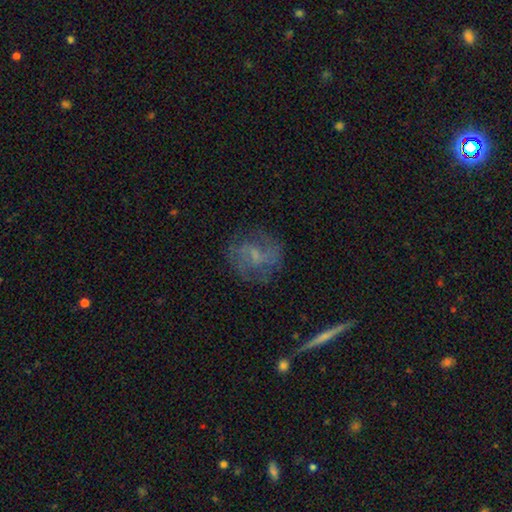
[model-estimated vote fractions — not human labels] The model was most divided on "bar": weak: 48%, no: 38%, strong: 13%. Remaining: edge-on disk — no (96%); spiral arms — yes (83%); merging — none (71%); smooth or featured — featured or disk (66%); spiral arm count — 2 (62%); bulge size — small (46%); spiral winding — medium (46%).